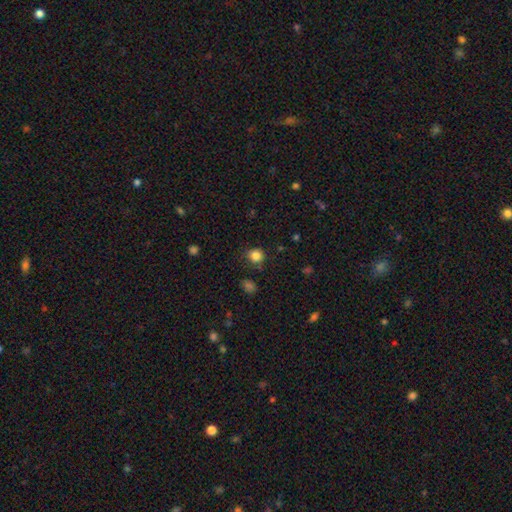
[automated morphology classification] This is clearly a smooth galaxy (84%). How rounded: clearly round (86%). Merging: likely none (80%).